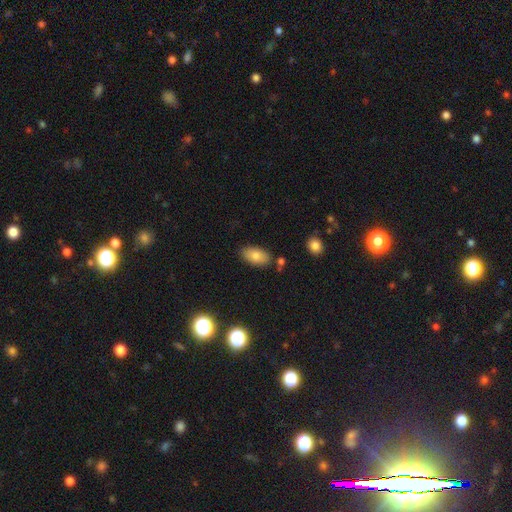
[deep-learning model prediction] The model was most divided on "smooth or featured": smooth: 80%, featured or disk: 12%, star or artifact: 8%. More confident: how rounded — in between (93%); merging — none (81%).